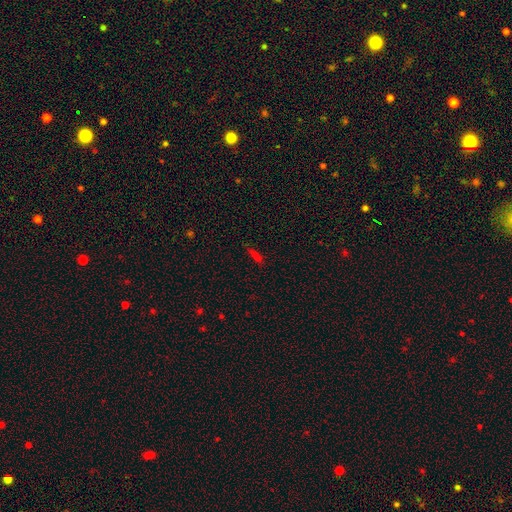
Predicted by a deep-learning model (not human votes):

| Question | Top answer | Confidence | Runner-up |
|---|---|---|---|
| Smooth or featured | smooth | 65% | star or artifact (23%) |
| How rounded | cigar-shaped | 71% | in between (25%) |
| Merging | none | 79% | minor disturbance (14%) |